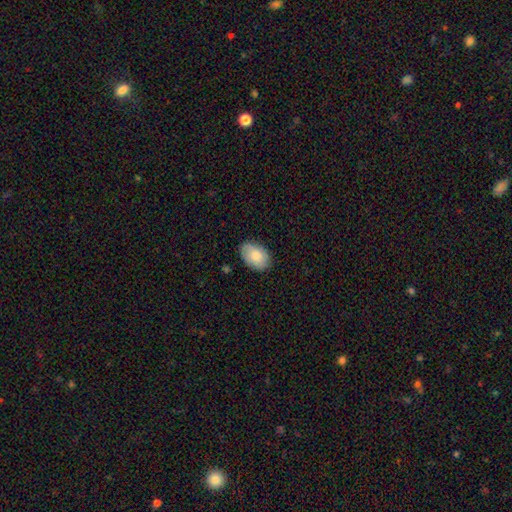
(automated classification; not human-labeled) smooth-or-featured: smooth: 83% | featured or disk: 11% | star or artifact: 6%
  how-rounded: in between: 88% | round: 11% | cigar-shaped: 1%
  merging: none: 83% | minor disturbance: 13% | major disturbance: 3% | merger: 1%